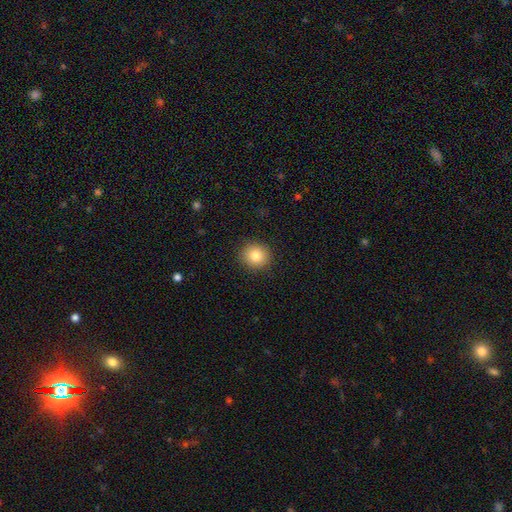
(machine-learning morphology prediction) smooth_or_featured: smooth (p=0.82) [alt: star or artifact p=0.10]
how_rounded: round (p=0.89) [alt: in between p=0.10]
merging: none (p=0.91) [alt: minor disturbance p=0.06]